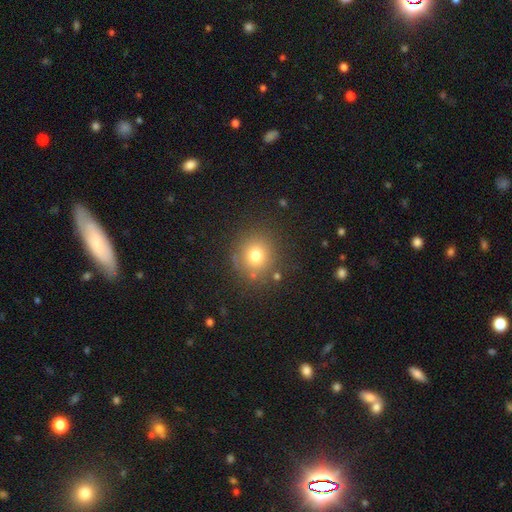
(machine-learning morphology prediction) The model was most divided on "smooth or featured": smooth: 74%, star or artifact: 16%, featured or disk: 10%. More confident: how rounded — round (89%); merging — none (82%).